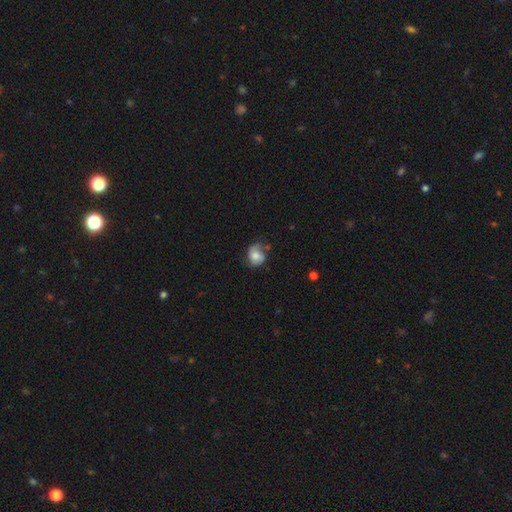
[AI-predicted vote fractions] Q: Smooth or featured?
A: smooth (60%); runner-up: featured or disk (31%)
Q: How rounded?
A: round (60%); runner-up: in between (39%)
Q: Merging?
A: none (50%); runner-up: minor disturbance (32%)